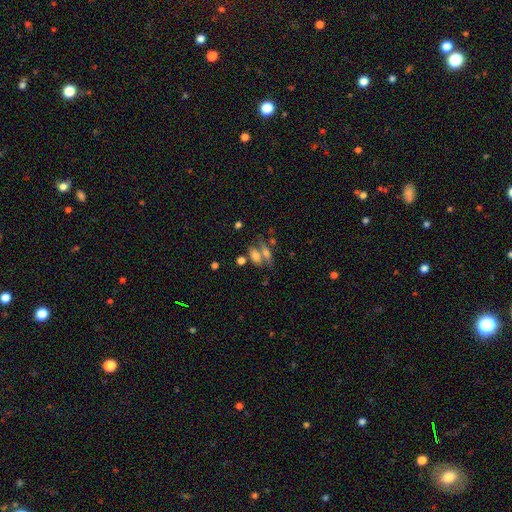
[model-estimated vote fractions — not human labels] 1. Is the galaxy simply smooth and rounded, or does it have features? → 64% smooth, 22% featured or disk, 13% star or artifact.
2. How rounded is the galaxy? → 71% in between, 16% cigar-shaped, 12% round.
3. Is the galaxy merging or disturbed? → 40% merger, 39% none, 12% minor disturbance, 8% major disturbance.